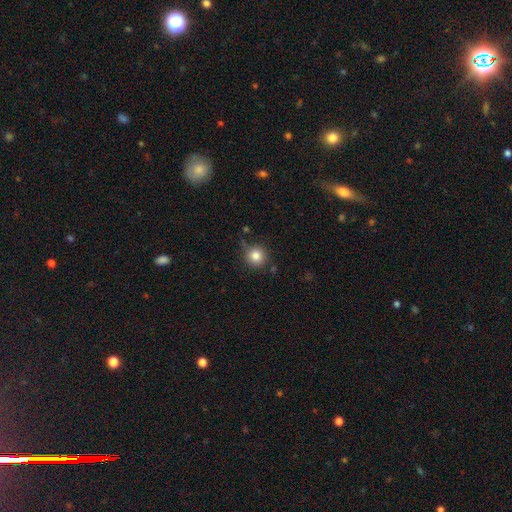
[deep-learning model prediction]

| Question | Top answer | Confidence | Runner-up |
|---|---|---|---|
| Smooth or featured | smooth | 83% | star or artifact (11%) |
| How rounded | round | 94% | in between (5%) |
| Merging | none | 78% | minor disturbance (14%) |